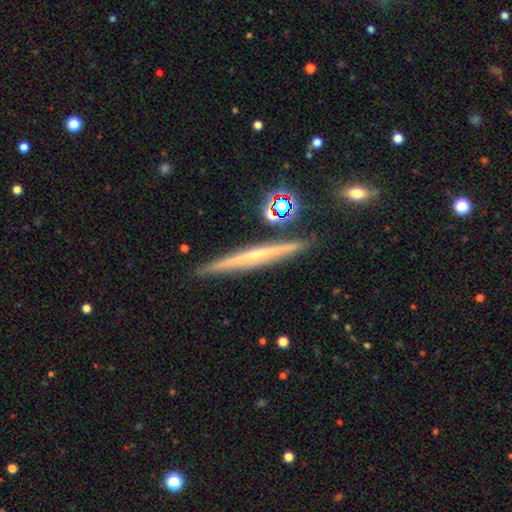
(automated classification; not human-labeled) smooth_or_featured: featured or disk (p=0.65) [alt: smooth p=0.26]
disk_edge_on: yes (p=0.97) [alt: no p=0.03]
edge_on_bulge: none (p=0.60) [alt: rounded p=0.34]
merging: none (p=0.88) [alt: minor disturbance p=0.08]